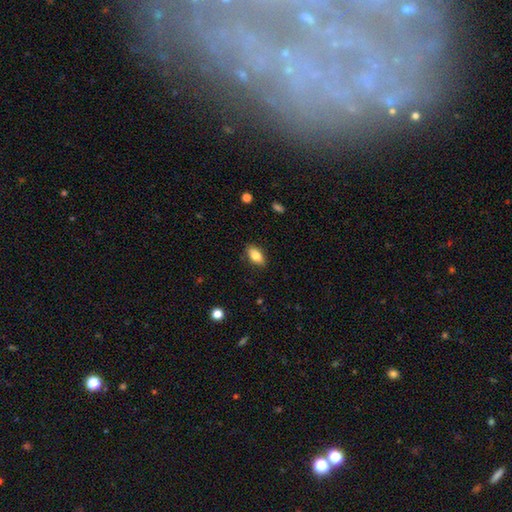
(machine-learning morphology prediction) A smooth galaxy with no disk features (82%) that is in between round and cigar-shaped (89%).

Vote fractions:
- Smooth or featured? smooth: 82% / featured or disk: 11% / star or artifact: 7%
- How rounded? in between: 89% / cigar-shaped: 7% / round: 5%
- Merging? none: 87% / minor disturbance: 10% / major disturbance: 2% / merger: 1%